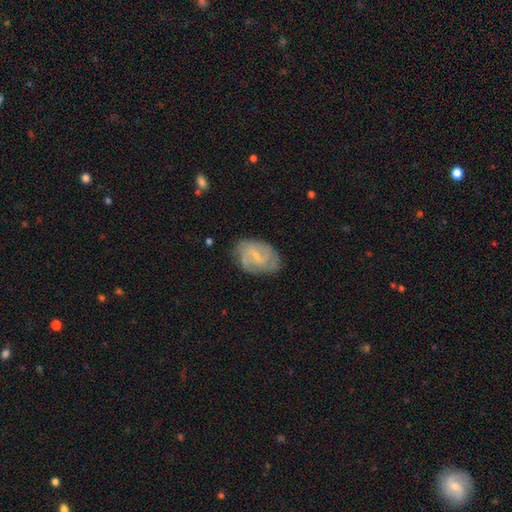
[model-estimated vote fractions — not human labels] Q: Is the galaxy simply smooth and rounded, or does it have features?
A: featured or disk — 71%.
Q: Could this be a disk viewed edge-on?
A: no — 97%.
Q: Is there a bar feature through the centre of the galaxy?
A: weak — 59%.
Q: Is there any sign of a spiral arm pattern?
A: yes — 89%.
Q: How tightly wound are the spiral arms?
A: medium — 44%.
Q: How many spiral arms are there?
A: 2 — 46%.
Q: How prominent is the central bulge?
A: small — 59%.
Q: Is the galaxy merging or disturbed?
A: none — 70%.